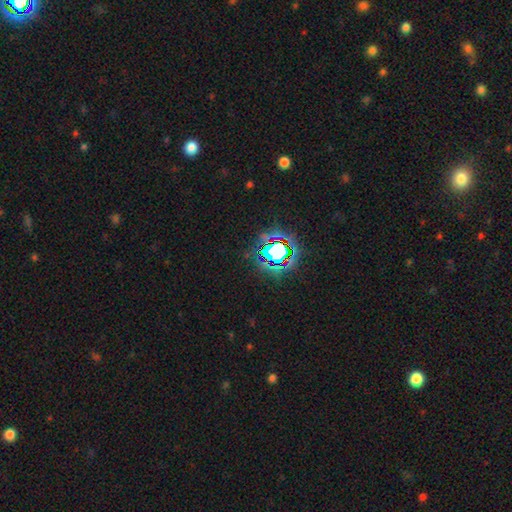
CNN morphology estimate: This is clearly a star or artifact rather than a galaxy (81%).